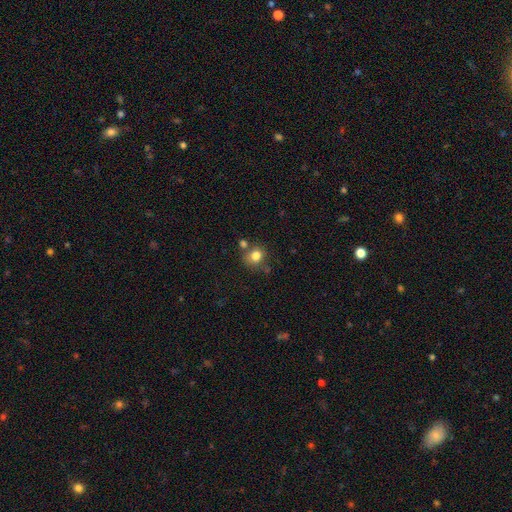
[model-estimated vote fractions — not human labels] The model was most divided on "merging": none: 64%, merger: 17%, minor disturbance: 14%, major disturbance: 5%. More confident: smooth or featured — smooth (80%); how rounded — round (77%).